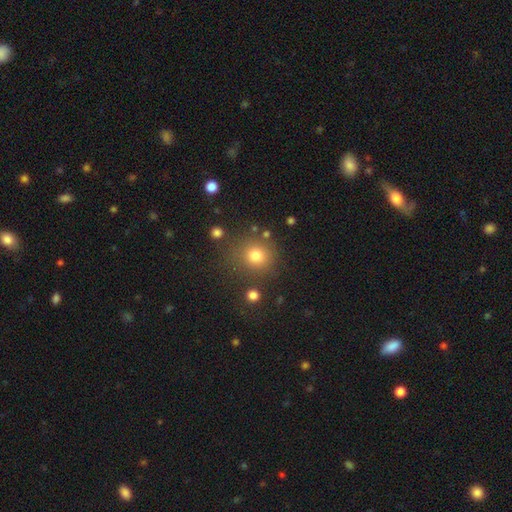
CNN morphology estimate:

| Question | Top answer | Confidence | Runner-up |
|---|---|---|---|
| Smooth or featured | smooth | 78% | star or artifact (15%) |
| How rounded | round | 89% | in between (10%) |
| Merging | none | 79% | minor disturbance (11%) |